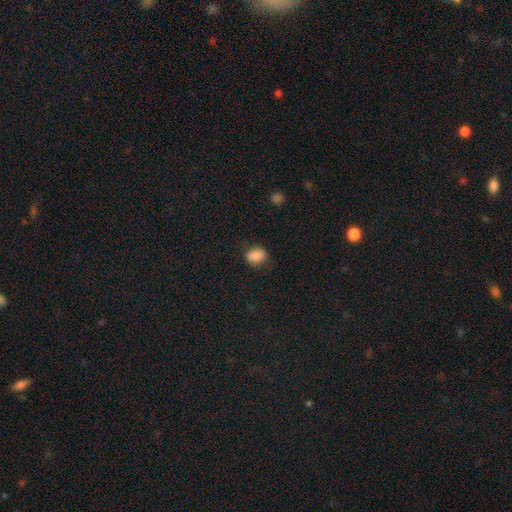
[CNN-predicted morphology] This is clearly a smooth galaxy (86%). How rounded: possibly in between (58%). Merging: clearly none (80%).